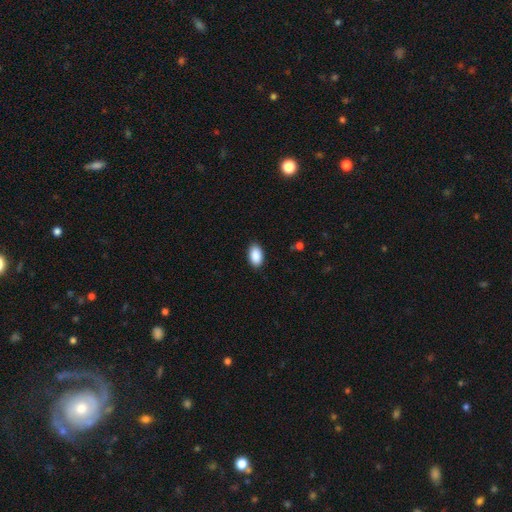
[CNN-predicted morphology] A smooth galaxy with no disk features (90%) that is in between round and cigar-shaped (94%). Merging: none (88%).